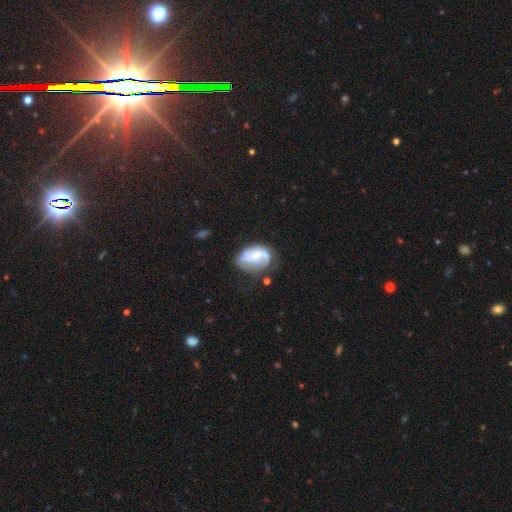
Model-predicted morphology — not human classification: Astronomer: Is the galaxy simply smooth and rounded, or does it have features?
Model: featured or disk — 67%.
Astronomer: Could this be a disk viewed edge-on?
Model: no — 97%.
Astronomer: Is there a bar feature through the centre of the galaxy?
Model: no — 66%.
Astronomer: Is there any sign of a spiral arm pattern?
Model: yes — 79%.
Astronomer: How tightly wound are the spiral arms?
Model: medium — 40% (runner-up: loose, 31%).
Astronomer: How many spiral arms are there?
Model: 2 — 49%.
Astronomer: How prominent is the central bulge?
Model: moderate — 47% (runner-up: small, 46%).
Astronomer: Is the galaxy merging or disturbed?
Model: none — 46% (runner-up: minor disturbance, 29%).